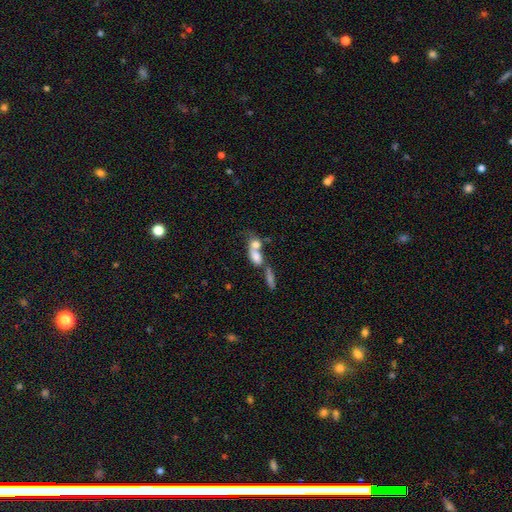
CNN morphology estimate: smooth 70%, featured or disk 21%, star or artifact 10%. Down the decision tree: how rounded — in between (63%); merging — merger (69%).